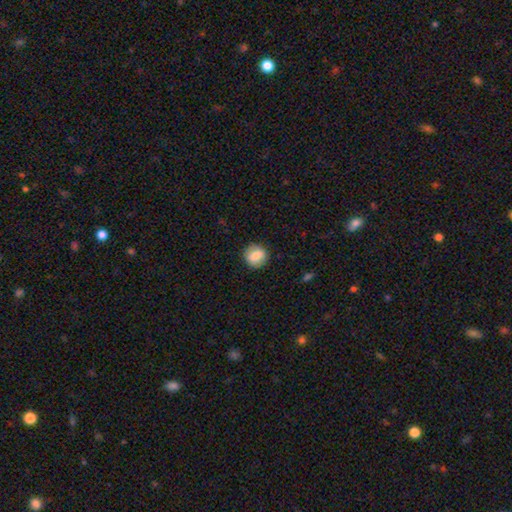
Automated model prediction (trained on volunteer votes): A smooth galaxy with no disk features (74%) that is round (84%). Merging: none (88%).